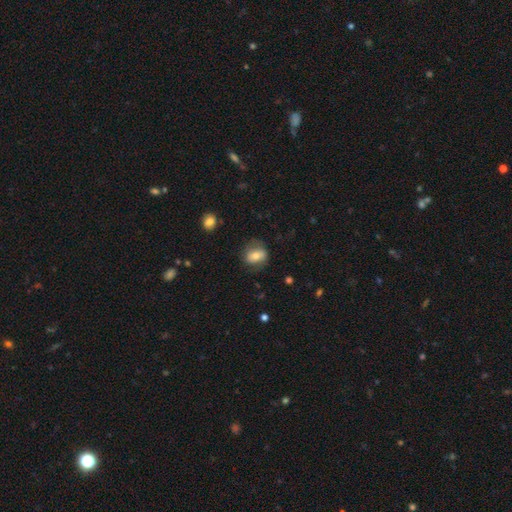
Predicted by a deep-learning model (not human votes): This is likely a smooth galaxy (64%). How rounded: possibly in between (56%). Merging: likely none (69%).